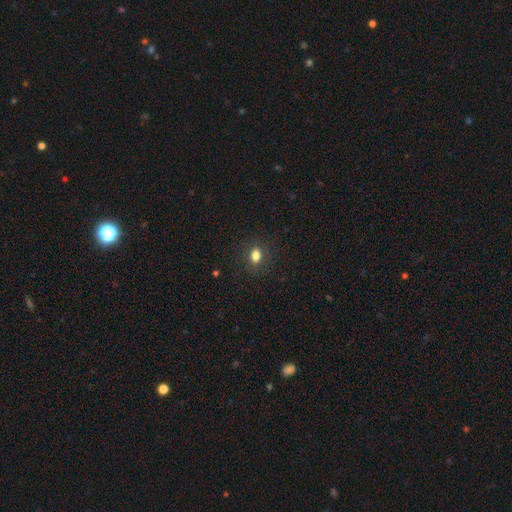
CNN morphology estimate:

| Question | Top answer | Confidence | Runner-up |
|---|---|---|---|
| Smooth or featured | smooth | 80% | star or artifact (13%) |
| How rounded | in between | 69% | round (29%) |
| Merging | none | 87% | minor disturbance (9%) |